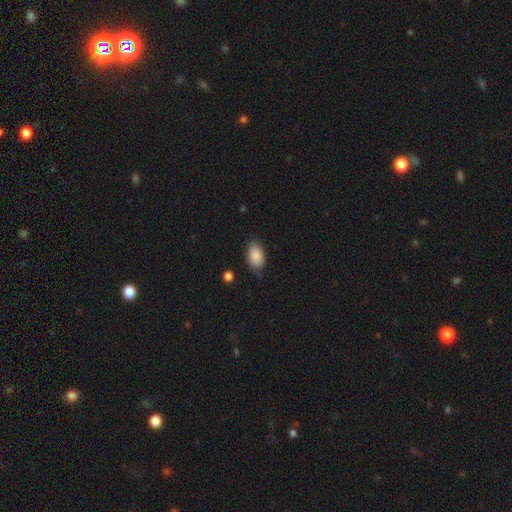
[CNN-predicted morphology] Q: Smooth or featured?
A: smooth (87%); runner-up: star or artifact (7%)
Q: How rounded?
A: in between (91%); runner-up: round (8%)
Q: Merging?
A: none (74%); runner-up: minor disturbance (20%)